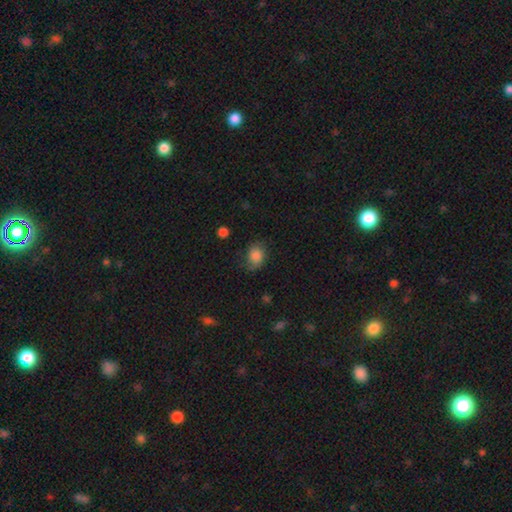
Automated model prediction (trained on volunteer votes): Smooth or featured?
  - smooth: 74% *
  - featured or disk: 17%
  - star or artifact: 9%
How rounded?
  - in between: 58% *
  - round: 41%
  - cigar-shaped: 1%
Merging?
  - none: 57% *
  - minor disturbance: 29%
  - major disturbance: 13%
  - merger: 2%